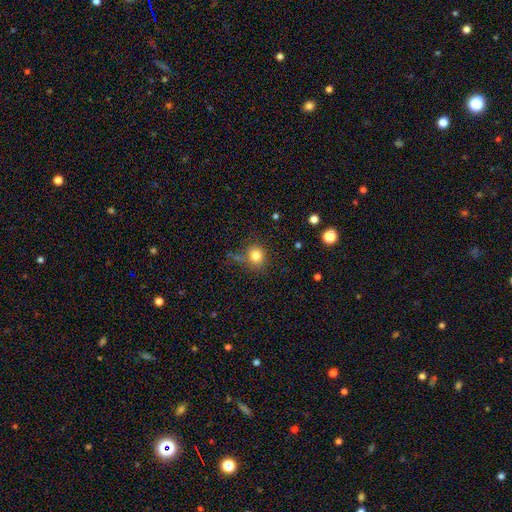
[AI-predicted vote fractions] Overall: smooth (80%). How rounded: round (82%). Merging: none (68%).